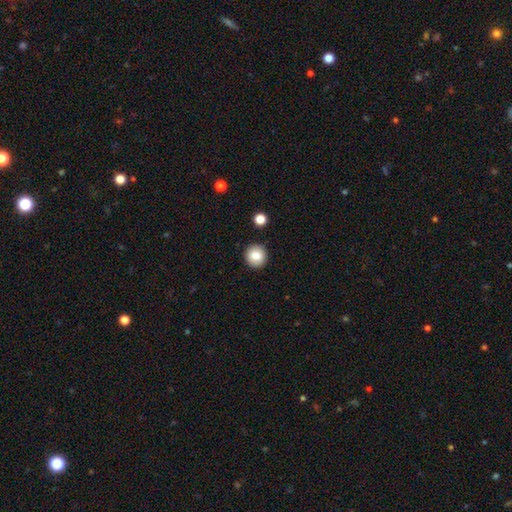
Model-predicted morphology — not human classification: Smooth or featured: smooth — 83% (star or artifact — 9%)
How rounded: round — 91% (in between — 8%)
Merging: none — 91% (minor disturbance — 6%)